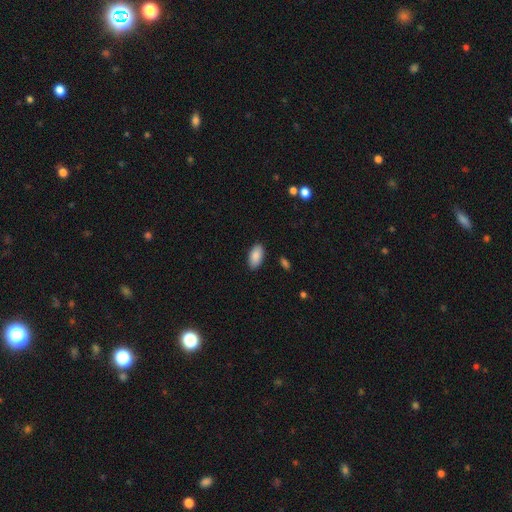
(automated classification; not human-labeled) Smooth or featured? smooth (89%)
How rounded? in between (94%)
Merging? none (88%)